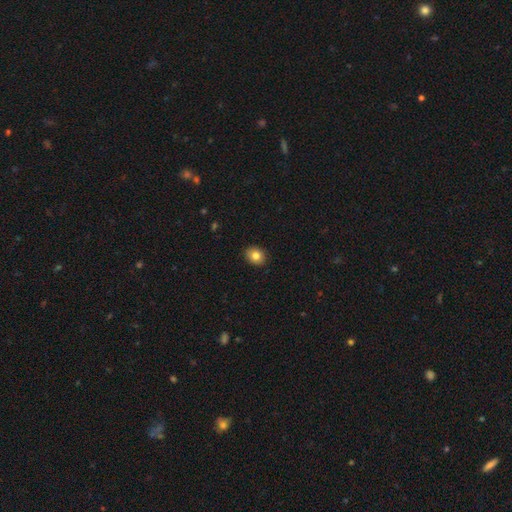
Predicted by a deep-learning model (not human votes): This appears to be a smooth galaxy with no disk features (82%) that is round (56%). Merging: none (90%).